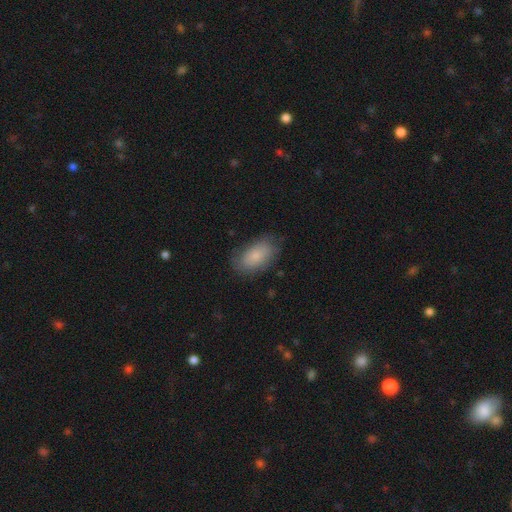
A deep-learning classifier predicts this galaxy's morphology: Smooth or featured? smooth (80%)
How rounded? in between (93%)
Merging? none (74%)